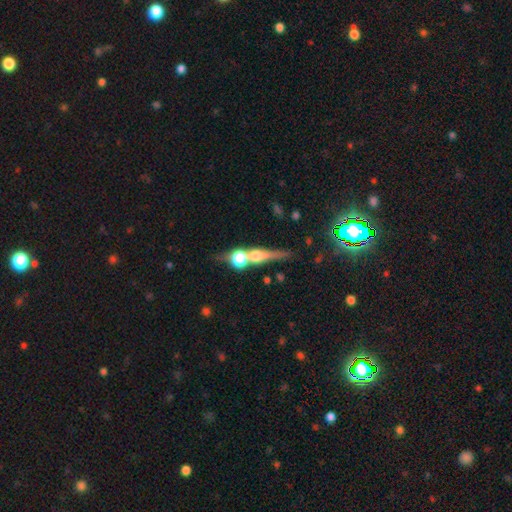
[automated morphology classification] This is possibly a featured or disk galaxy (56%). It is clearly viewed edge-on (86%). Merging: marginally none (44%).